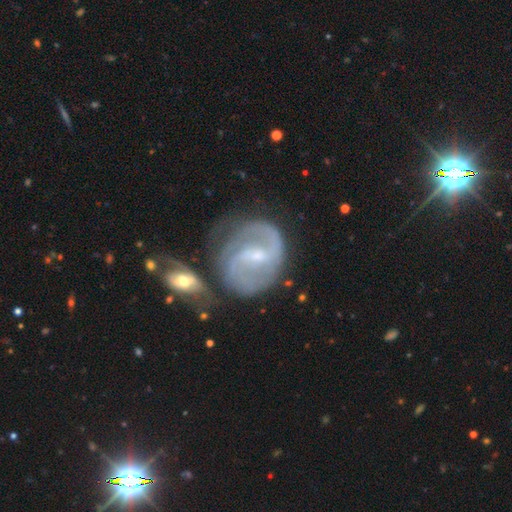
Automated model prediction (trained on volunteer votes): Smooth or featured? featured or disk (86%)
Edge-on disk? no (97%)
Bar? weak (51%)
Spiral arms? yes (94%)
Spiral winding? medium (50%)
Spiral arm count? 2 (81%)
Bulge size? small (69%)
Merging? none (54%)